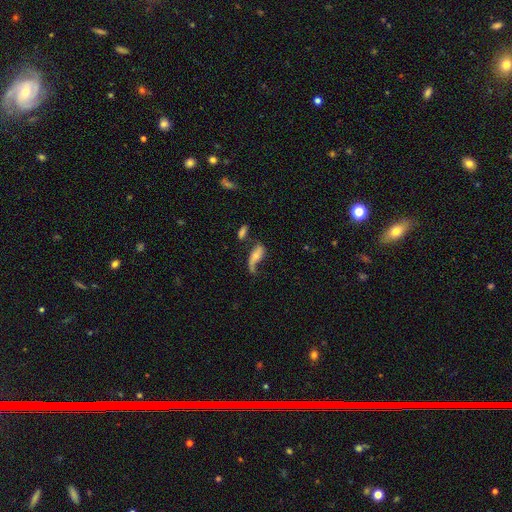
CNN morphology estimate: Smooth or featured?
  - featured or disk: 54% *
  - smooth: 38%
  - star or artifact: 8%
Edge-on disk?
  - no: 84% *
  - yes: 16%
Merging?
  - none: 33% *
  - major disturbance: 30%
  - minor disturbance: 27%
  - merger: 9%